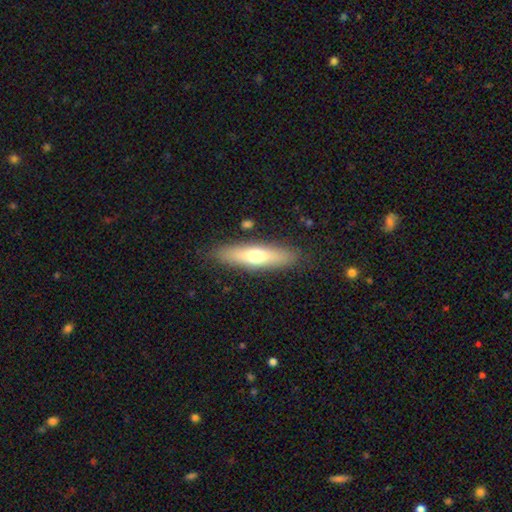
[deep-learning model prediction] Smooth or featured? Predicted: smooth (p=0.58). How rounded? Predicted: cigar-shaped (p=0.70). Merging? Predicted: none (p=0.87).